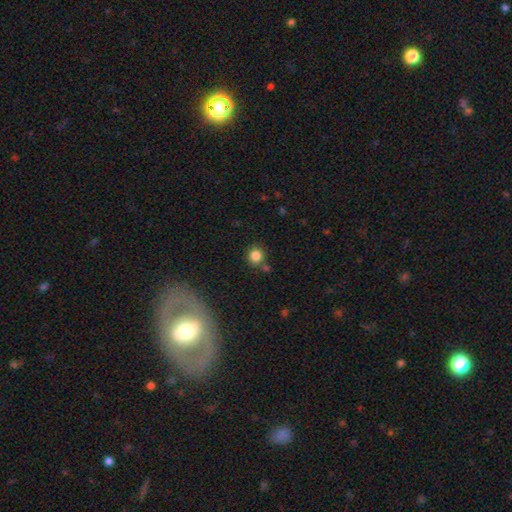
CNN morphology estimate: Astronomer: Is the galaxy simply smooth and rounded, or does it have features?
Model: smooth — 84%.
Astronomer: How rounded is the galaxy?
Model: round — 90%.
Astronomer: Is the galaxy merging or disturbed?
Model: none — 77%.